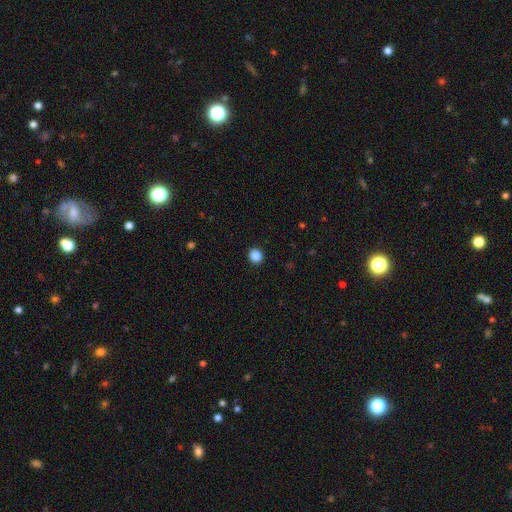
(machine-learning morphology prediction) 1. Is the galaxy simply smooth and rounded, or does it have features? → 86% smooth, 11% star or artifact, 3% featured or disk.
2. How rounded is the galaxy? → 89% round, 10% in between, 1% cigar-shaped.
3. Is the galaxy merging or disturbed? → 93% none, 5% minor disturbance, 2% major disturbance, 1% merger.